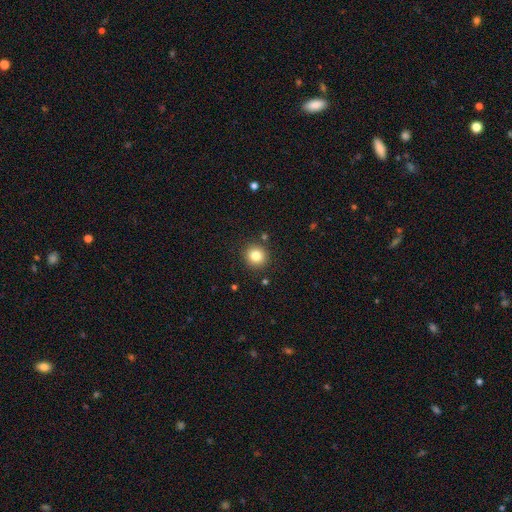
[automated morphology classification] Smooth or featured? Predicted: smooth (p=0.82). How rounded? Predicted: round (p=0.92). Merging? Predicted: none (p=0.88).